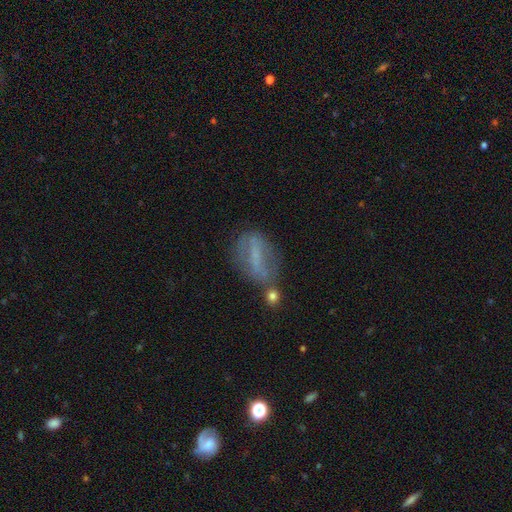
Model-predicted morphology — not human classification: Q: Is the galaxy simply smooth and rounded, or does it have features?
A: featured or disk — 48%.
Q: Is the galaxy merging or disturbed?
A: none — 46%.